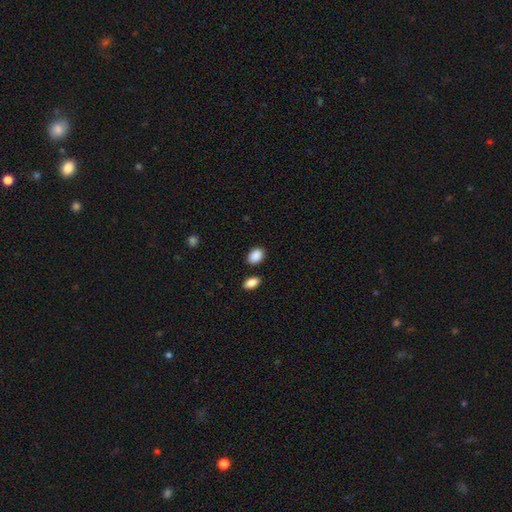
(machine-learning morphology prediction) smooth_or_featured: smooth (p=0.90) [alt: star or artifact p=0.08]
how_rounded: in between (p=0.74) [alt: round p=0.25]
merging: none (p=0.82) [alt: minor disturbance p=0.10]